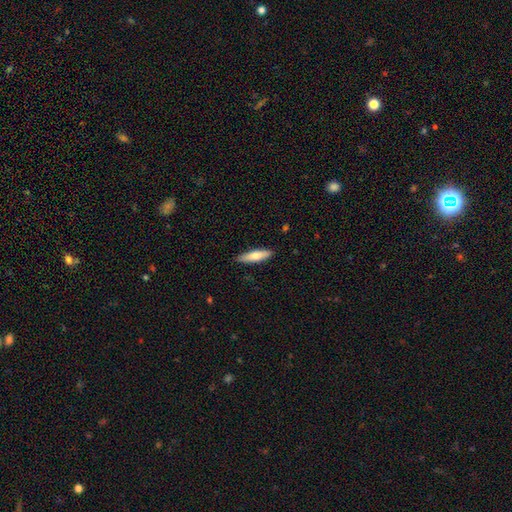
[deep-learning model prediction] Smooth or featured? Predicted: smooth (p=0.71). How rounded? Predicted: cigar-shaped (p=0.69). Merging? Predicted: none (p=0.88).